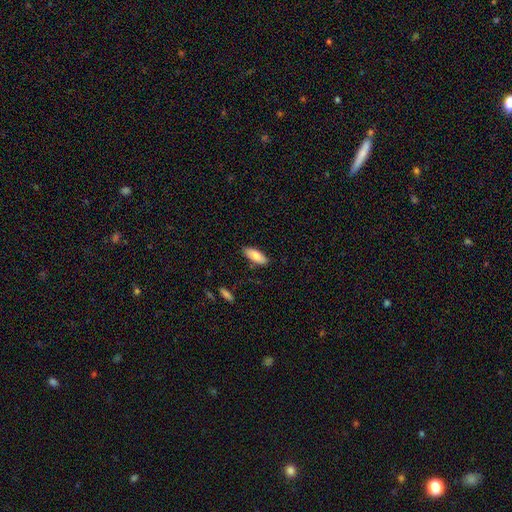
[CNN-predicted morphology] Smooth or featured? Predicted: smooth (p=0.82). How rounded? Predicted: in between (p=0.77). Merging? Predicted: none (p=0.85).